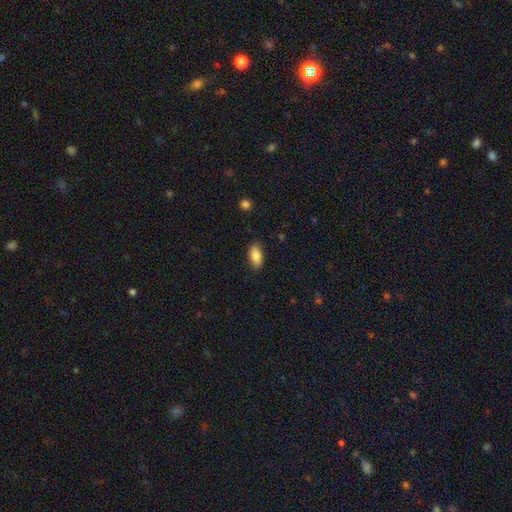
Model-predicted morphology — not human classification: This is clearly a smooth galaxy (85%). How rounded: clearly in between (89%). Merging: clearly none (86%).